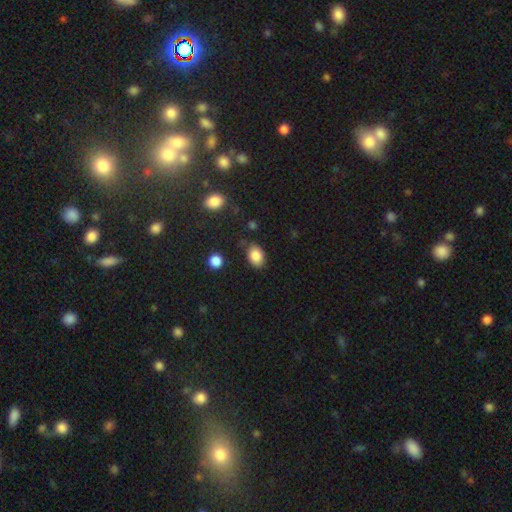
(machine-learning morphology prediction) A smooth galaxy with no disk features (86%) that is in between round and cigar-shaped (79%). Merging: none (80%).